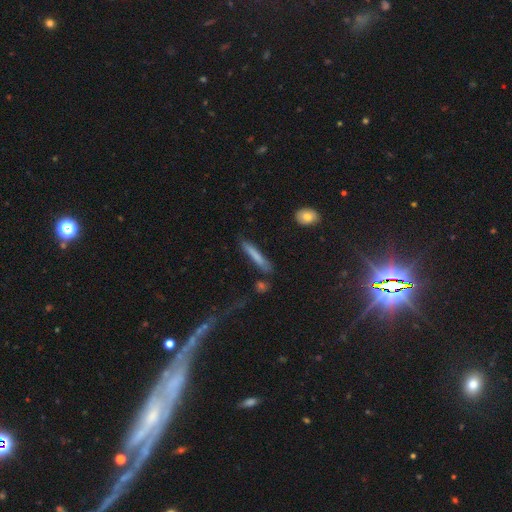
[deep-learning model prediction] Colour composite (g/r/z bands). It shows a smooth galaxy with no disk features (71%) that is cigar-shaped (94%). Merging: none (77%).